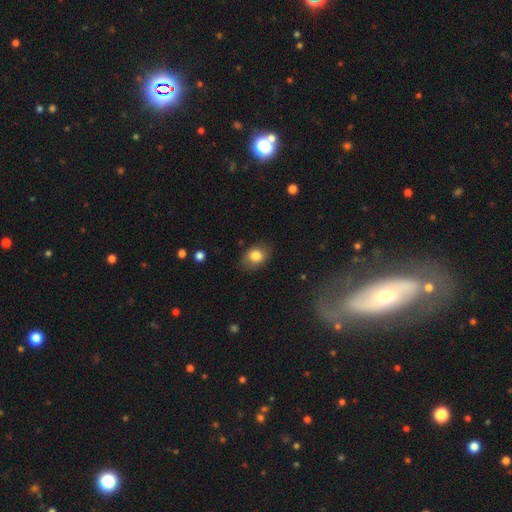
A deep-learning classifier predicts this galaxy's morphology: A smooth galaxy with no disk features (82%) that is in between round and cigar-shaped (67%).

Vote fractions:
- Smooth or featured? smooth: 82% / featured or disk: 10% / star or artifact: 9%
- How rounded? in between: 67% / round: 32% / cigar-shaped: 1%
- Merging? none: 80% / minor disturbance: 15% / major disturbance: 4% / merger: 1%